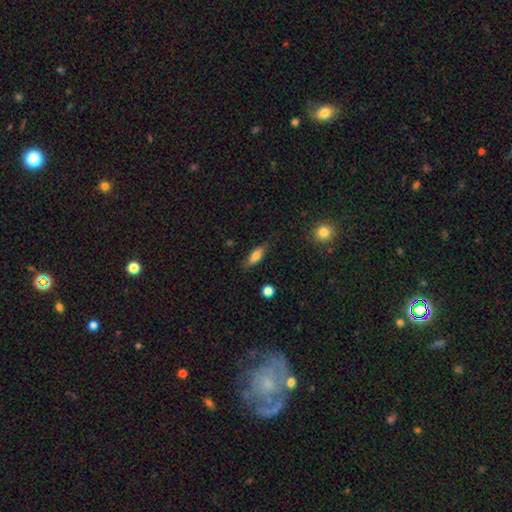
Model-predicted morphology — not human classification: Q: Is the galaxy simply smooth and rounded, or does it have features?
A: smooth — 76%.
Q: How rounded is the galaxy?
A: in between — 65%.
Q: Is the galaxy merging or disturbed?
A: none — 78%.